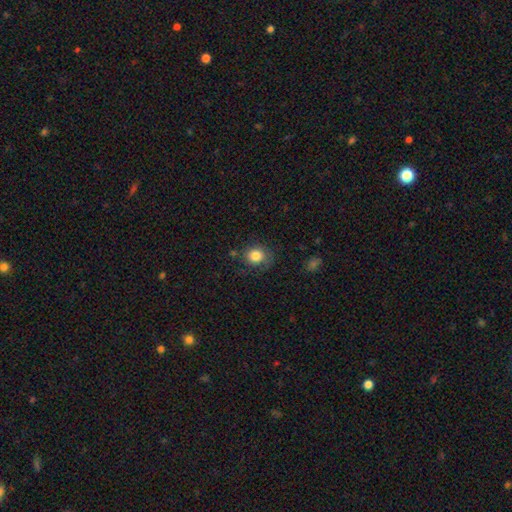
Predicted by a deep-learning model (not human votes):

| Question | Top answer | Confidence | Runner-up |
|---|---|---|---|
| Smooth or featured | smooth | 82% | star or artifact (10%) |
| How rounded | round | 76% | in between (24%) |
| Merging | none | 69% | minor disturbance (20%) |